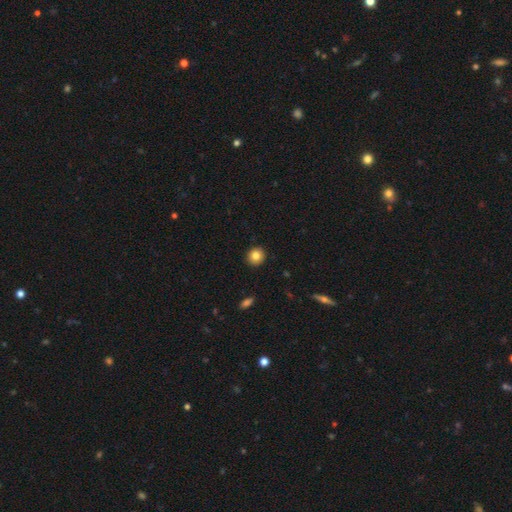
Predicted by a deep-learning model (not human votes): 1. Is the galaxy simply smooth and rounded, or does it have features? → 83% smooth, 10% star or artifact, 7% featured or disk.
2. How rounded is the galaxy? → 85% round, 14% in between, 1% cigar-shaped.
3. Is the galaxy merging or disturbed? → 91% none, 6% minor disturbance, 2% major disturbance, 1% merger.